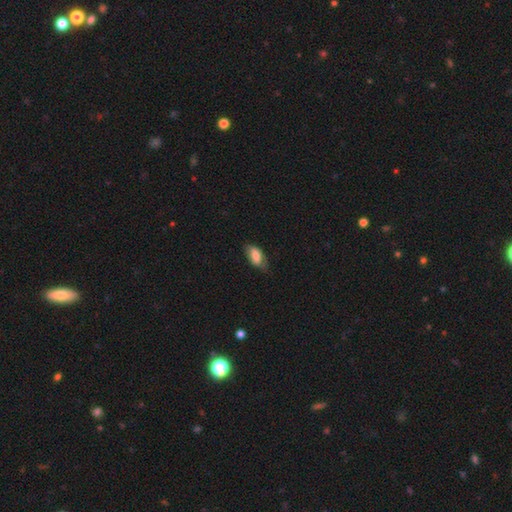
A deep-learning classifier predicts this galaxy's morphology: Q: Smooth or featured?
A: smooth (74%); runner-up: featured or disk (19%)
Q: How rounded?
A: in between (90%); runner-up: cigar-shaped (6%)
Q: Merging?
A: none (61%); runner-up: minor disturbance (29%)